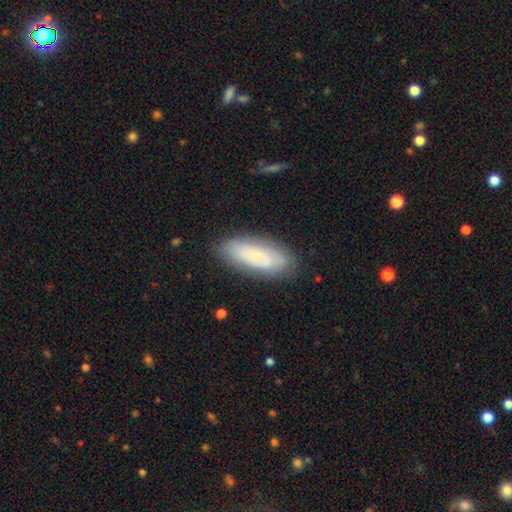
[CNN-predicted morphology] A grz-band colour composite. It shows a smooth galaxy with no disk features (58%) that is in between round and cigar-shaped (74%). Merging: none (80%).